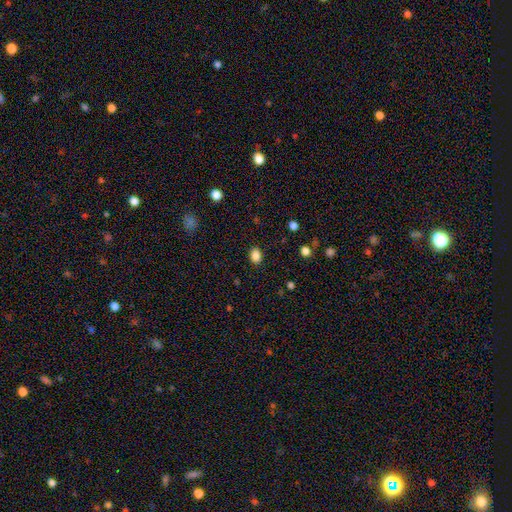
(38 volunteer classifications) Morphology: type=smooth (95%); roundness=round (61%); merging=none (92%).